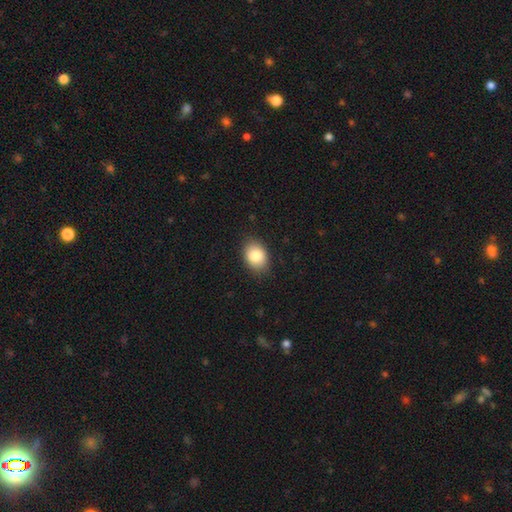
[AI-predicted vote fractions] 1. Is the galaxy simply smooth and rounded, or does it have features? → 84% smooth, 8% star or artifact, 8% featured or disk.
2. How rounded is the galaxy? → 73% in between, 26% round, 1% cigar-shaped.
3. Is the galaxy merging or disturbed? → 85% none, 12% minor disturbance, 2% major disturbance, 1% merger.